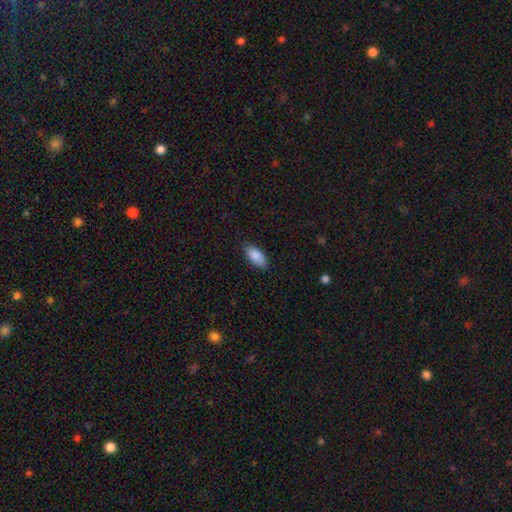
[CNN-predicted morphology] This is clearly a smooth galaxy (88%). How rounded: clearly in between (91%). Merging: clearly none (85%).